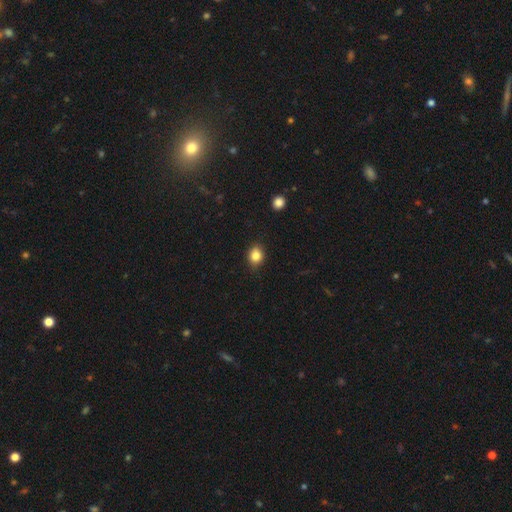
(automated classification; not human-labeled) Smooth or featured?
  - smooth: 84% *
  - star or artifact: 11%
  - featured or disk: 6%
How rounded?
  - round: 58% *
  - in between: 41%
  - cigar-shaped: 1%
Merging?
  - none: 86% *
  - minor disturbance: 11%
  - major disturbance: 2%
  - merger: 1%